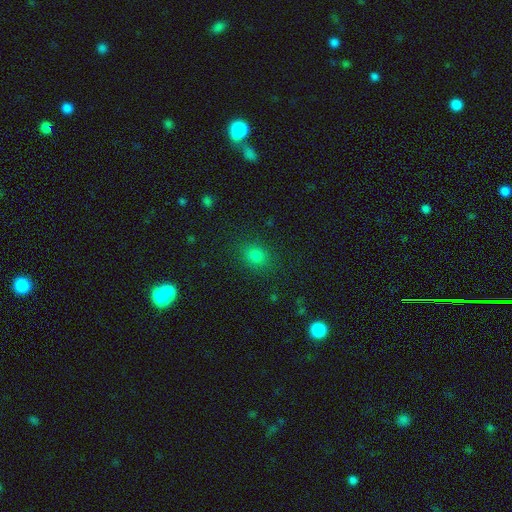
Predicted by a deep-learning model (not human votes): smooth_or_featured: smooth (p=0.78) [alt: star or artifact p=0.16]
how_rounded: round (p=0.60) [alt: in between p=0.39]
merging: none (p=0.85) [alt: minor disturbance p=0.10]